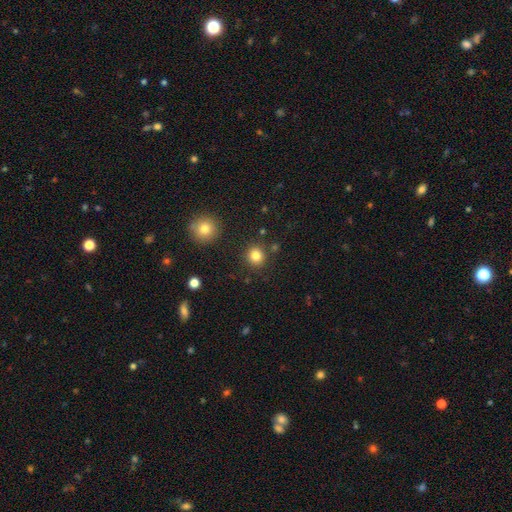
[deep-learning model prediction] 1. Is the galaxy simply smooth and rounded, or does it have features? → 83% smooth, 12% star or artifact, 6% featured or disk.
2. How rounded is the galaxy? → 89% round, 10% in between, 1% cigar-shaped.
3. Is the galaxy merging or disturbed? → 86% none, 7% minor disturbance, 4% merger, 3% major disturbance.